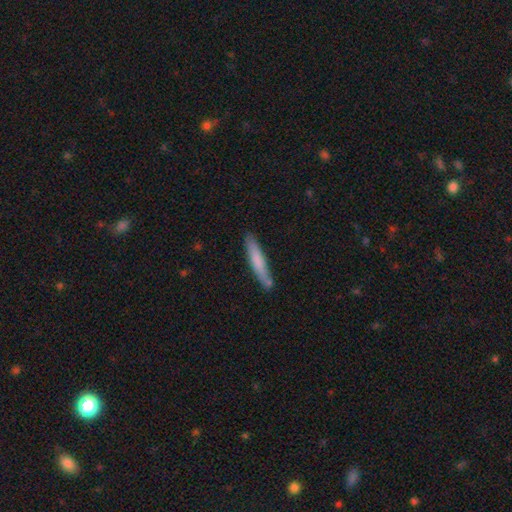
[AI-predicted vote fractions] Morphology: type=smooth (70%); roundness=cigar-shaped (93%); merging=none (81%).